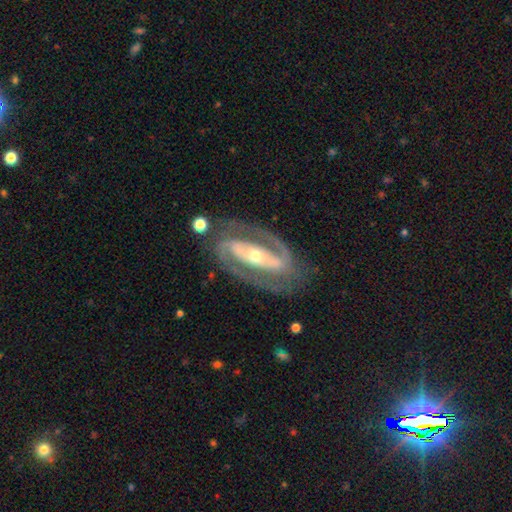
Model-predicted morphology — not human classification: Overall: featured or disk (90%). Edge-on disk: no (95%). Bar: strong (63%). Spiral arms: yes (95%). Spiral arm count: 2 (91%). Spiral winding: medium (46%; tight 43%). Bulge size: small (49%; moderate 46%). Merging: none (81%).